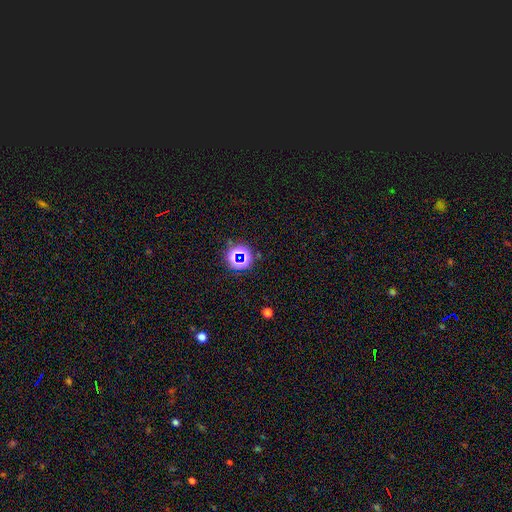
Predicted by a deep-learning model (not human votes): The model was most divided on "smooth or featured": star or artifact: 77%, smooth: 15%, featured or disk: 8%.